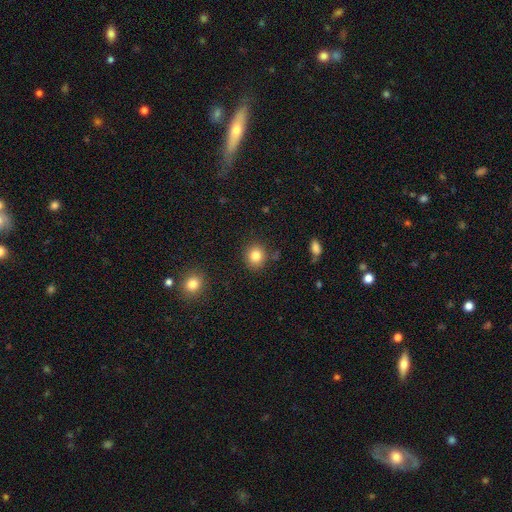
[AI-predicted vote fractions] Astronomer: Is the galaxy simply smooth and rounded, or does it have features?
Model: smooth — 83%.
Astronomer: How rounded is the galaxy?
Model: round — 84%.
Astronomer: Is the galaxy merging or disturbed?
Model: none — 86%.